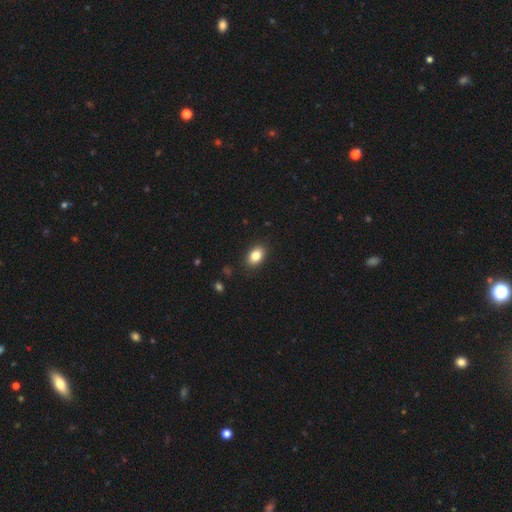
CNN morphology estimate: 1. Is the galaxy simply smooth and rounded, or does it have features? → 84% smooth, 9% star or artifact, 7% featured or disk.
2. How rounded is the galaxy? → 82% in between, 17% round, 1% cigar-shaped.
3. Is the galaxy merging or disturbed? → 88% none, 9% minor disturbance, 2% major disturbance, 1% merger.